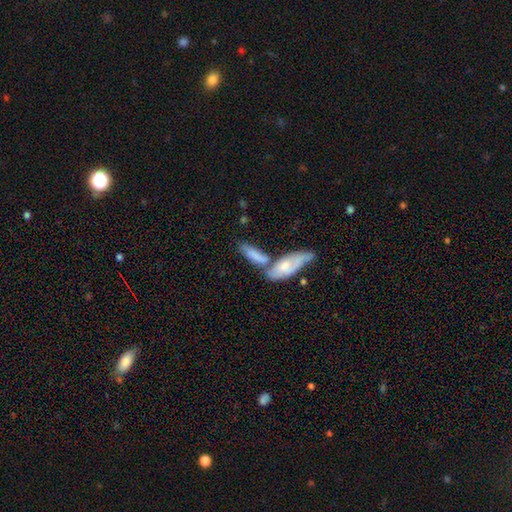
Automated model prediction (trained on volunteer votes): Smooth or featured? smooth (70%)
How rounded? in between (56%)
Merging? merger (49%)